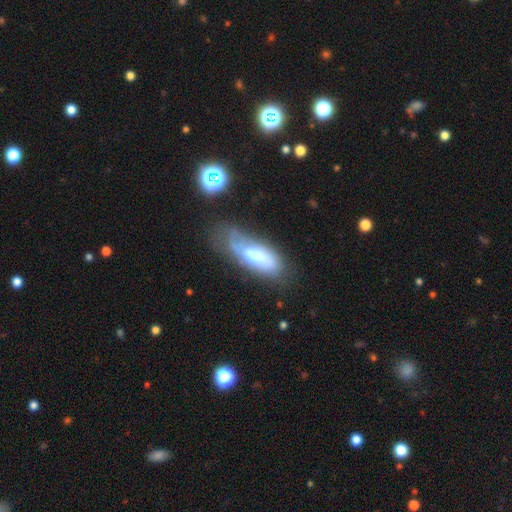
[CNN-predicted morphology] smooth 51%, featured or disk 40%, star or artifact 9%. Down the decision tree: how rounded — in between (77%); merging — none (32%, tied with minor disturbance).